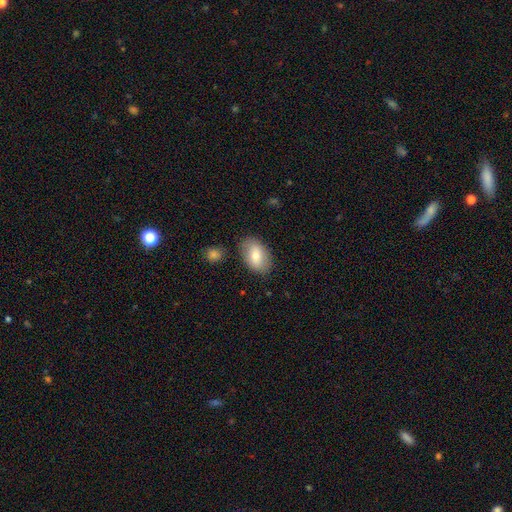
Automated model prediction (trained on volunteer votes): A smooth galaxy with no disk features (73%) that is in between round and cigar-shaped (88%).

Vote fractions:
- Smooth or featured? smooth: 73% / featured or disk: 20% / star or artifact: 7%
- How rounded? in between: 88% / round: 10% / cigar-shaped: 2%
- Merging? none: 81% / minor disturbance: 12% / major disturbance: 3% / merger: 3%